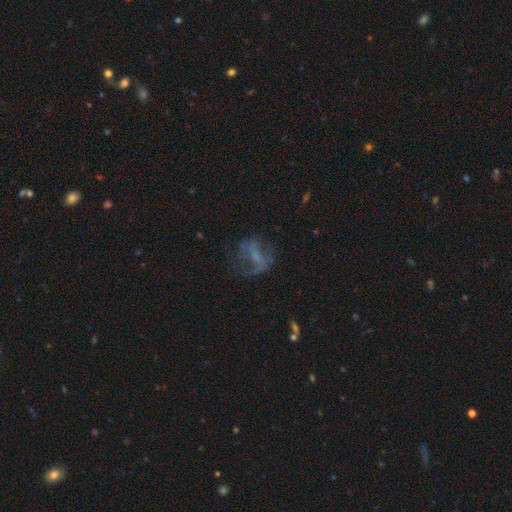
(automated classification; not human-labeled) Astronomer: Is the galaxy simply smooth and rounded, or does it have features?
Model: featured or disk — 56%.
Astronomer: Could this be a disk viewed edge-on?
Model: no — 96%.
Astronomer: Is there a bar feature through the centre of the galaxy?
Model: no — 49% (runner-up: weak, 35%).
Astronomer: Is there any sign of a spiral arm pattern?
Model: no — 50%, tied with yes at 50%.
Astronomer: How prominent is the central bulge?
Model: none — 45% (runner-up: small, 36%).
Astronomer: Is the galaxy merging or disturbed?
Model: none — 45% (runner-up: major disturbance, 33%).